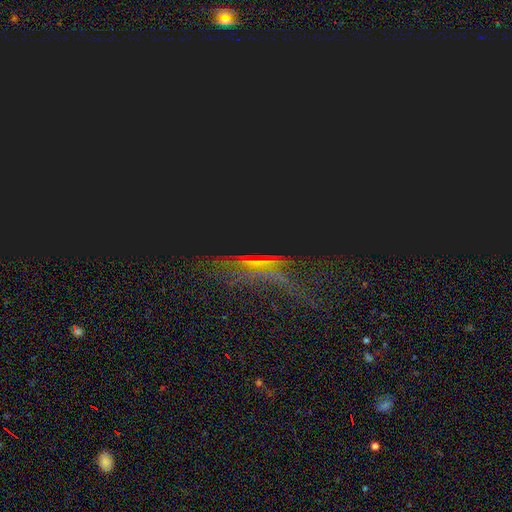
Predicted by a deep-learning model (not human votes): Smooth or featured: star or artifact — 79% (featured or disk — 11%)